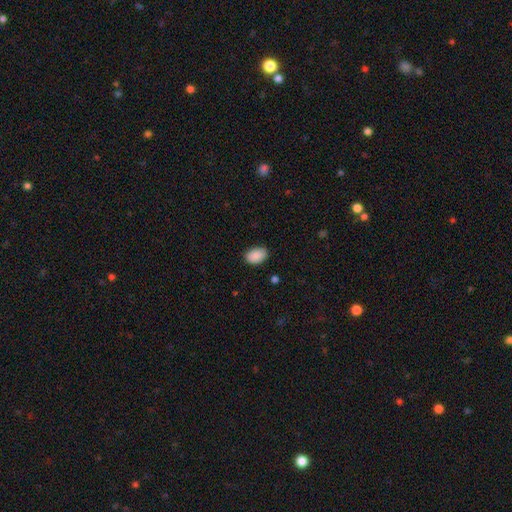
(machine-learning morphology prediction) Smooth or featured? smooth (90%)
How rounded? in between (86%)
Merging? none (85%)